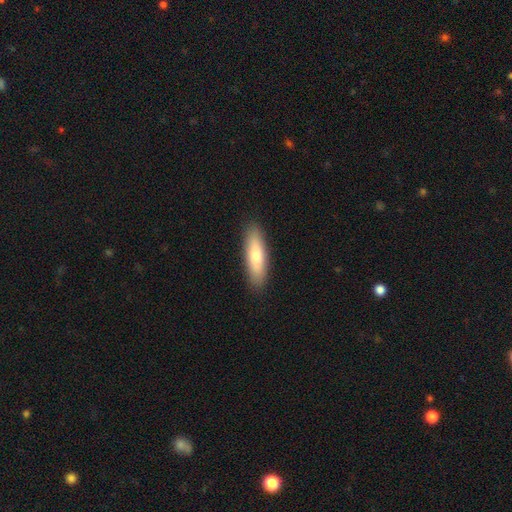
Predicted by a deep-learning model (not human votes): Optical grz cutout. It shows a smooth galaxy with no disk features (72%) that is cigar-shaped (62%). Merging: none (89%).